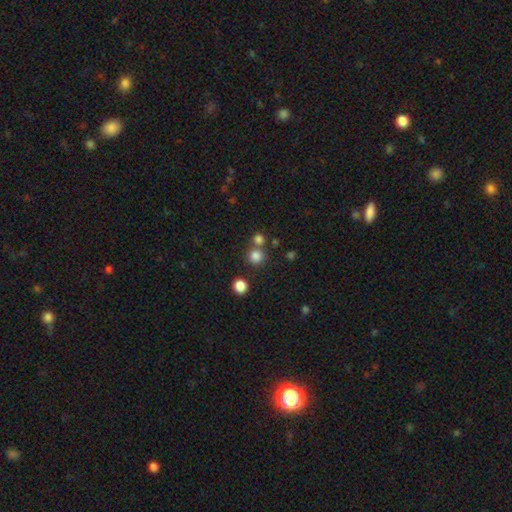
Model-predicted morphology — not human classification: Smooth or featured? Predicted: smooth (p=0.81). How rounded? Predicted: round (p=0.92). Merging? Predicted: none (p=0.71).